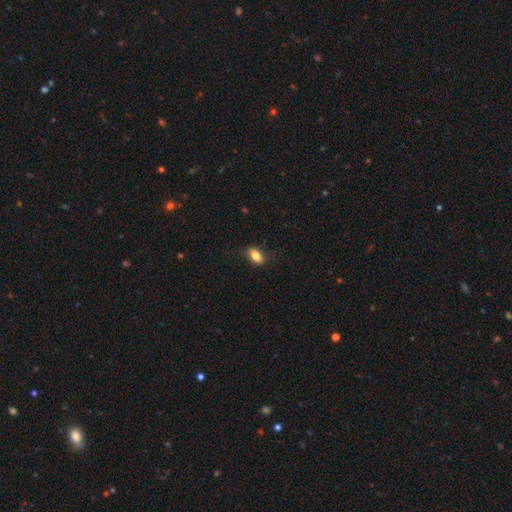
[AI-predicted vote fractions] This appears to be a smooth galaxy with no disk features (76%) that is in between round and cigar-shaped (85%). Merging: none (73%).